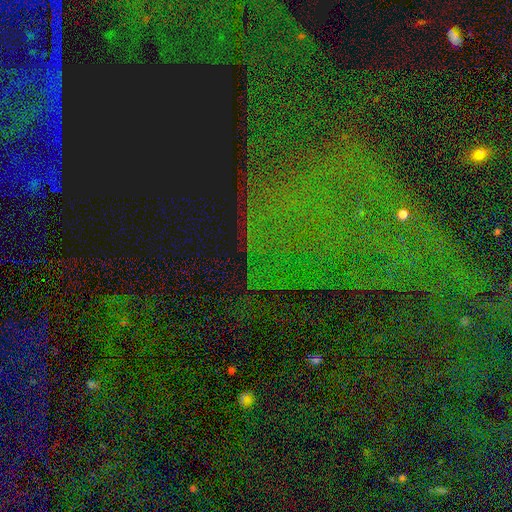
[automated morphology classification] star or artifact 80%, featured or disk 10%, smooth 10%.